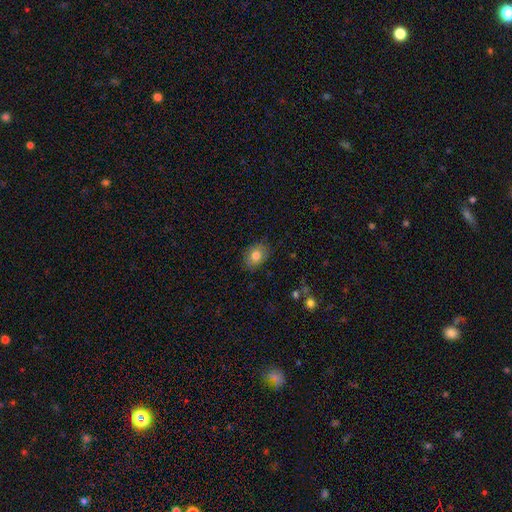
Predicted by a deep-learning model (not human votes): Overall: smooth (79%). How rounded: in between (65%; round 34%). Merging: none (83%).